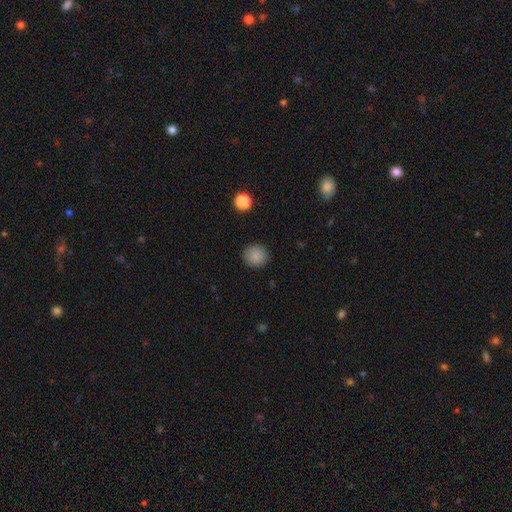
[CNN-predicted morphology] A smooth galaxy with no disk features (87%) that is round (88%).

Vote fractions:
- Smooth or featured? smooth: 87% / star or artifact: 9% / featured or disk: 3%
- How rounded? round: 88% / in between: 11% / cigar-shaped: 1%
- Merging? none: 91% / minor disturbance: 6% / major disturbance: 2% / merger: 1%